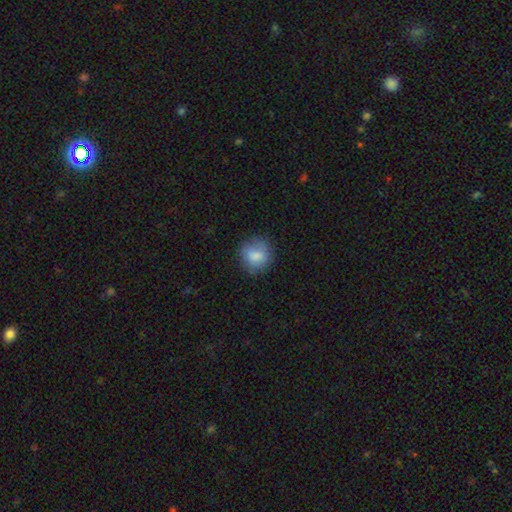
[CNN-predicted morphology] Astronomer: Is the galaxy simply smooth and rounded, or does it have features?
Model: smooth — 82%.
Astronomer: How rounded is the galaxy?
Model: round — 83%.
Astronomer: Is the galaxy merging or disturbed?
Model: none — 76%.